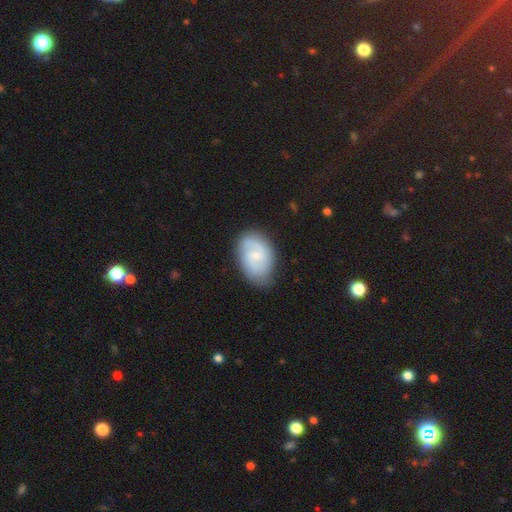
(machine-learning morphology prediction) Smooth or featured? Predicted: featured or disk (p=0.71). Edge-on disk? Predicted: no (p=0.97). Bar? Predicted: weak (p=0.53). Spiral arms? Predicted: yes (p=0.92). Spiral winding? Predicted: medium (p=0.49). Spiral arm count? Predicted: 2 (p=0.75). Bulge size? Predicted: small (p=0.66). Merging? Predicted: none (p=0.75).